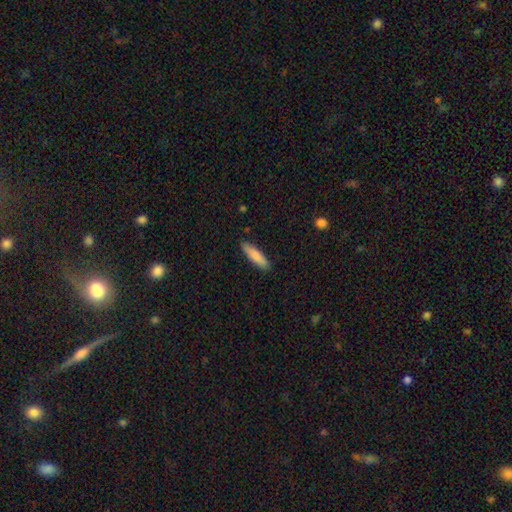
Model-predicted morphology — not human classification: type=smooth (84%); roundness=cigar-shaped (77%); merging=none (88%).